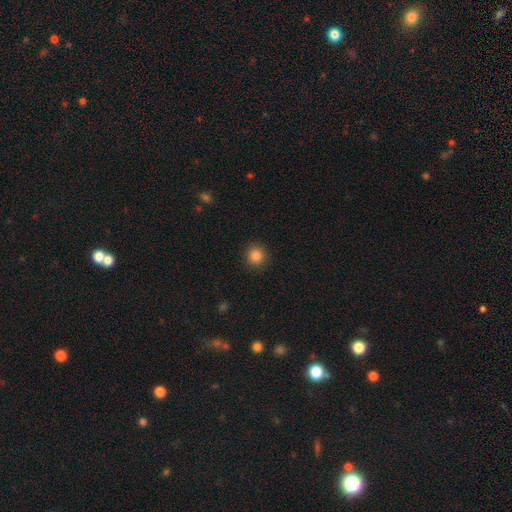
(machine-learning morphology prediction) Overall: smooth (86%). How rounded: round (91%). Merging: none (91%).